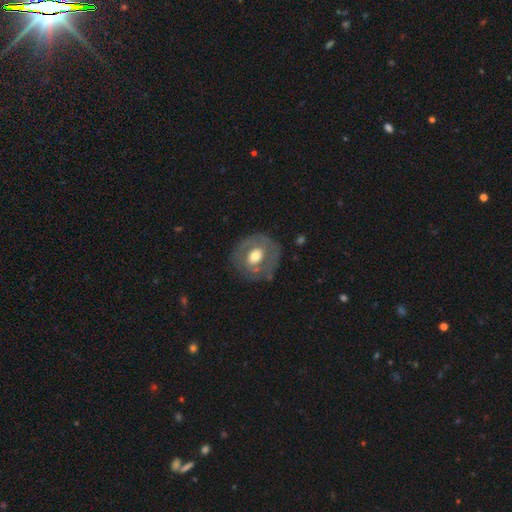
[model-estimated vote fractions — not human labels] Q: Smooth or featured?
A: featured or disk (51%); runner-up: smooth (43%)
Q: Edge-on disk?
A: no (96%); runner-up: yes (4%)
Q: Merging?
A: none (73%); runner-up: minor disturbance (16%)